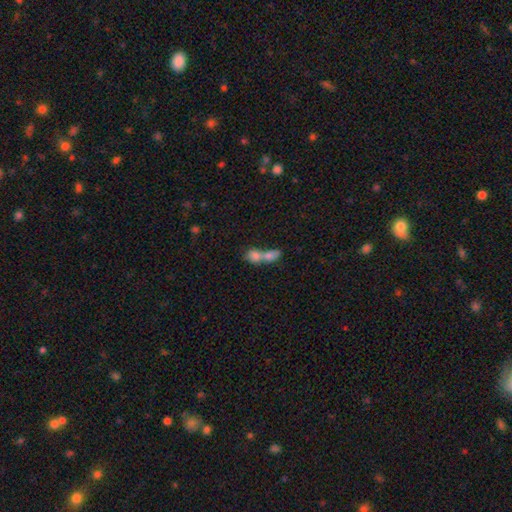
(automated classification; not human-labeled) Q: Smooth or featured?
A: smooth (75%); runner-up: featured or disk (16%)
Q: How rounded?
A: in between (62%); runner-up: round (32%)
Q: Merging?
A: merger (78%); runner-up: none (14%)